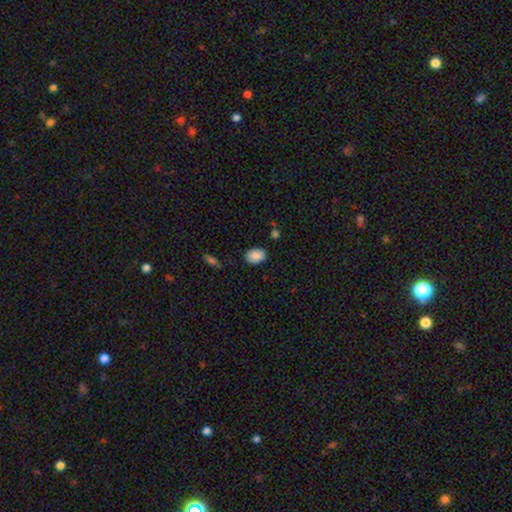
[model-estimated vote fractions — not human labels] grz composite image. It shows a smooth galaxy with no disk features (87%) that is in between round and cigar-shaped (80%). Merging: none (84%).